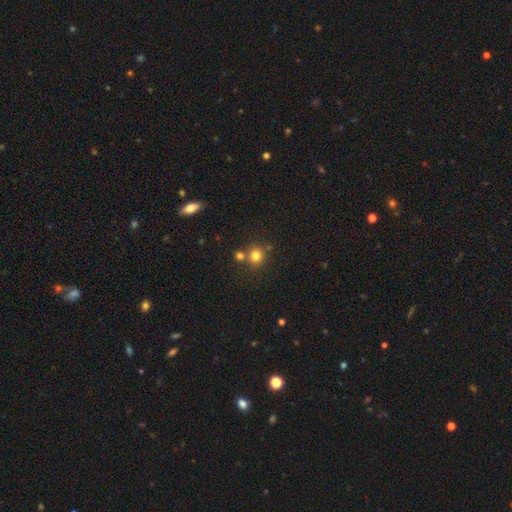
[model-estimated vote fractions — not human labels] This is likely a smooth galaxy (79%). How rounded: clearly round (89%). Merging: likely none (66%).